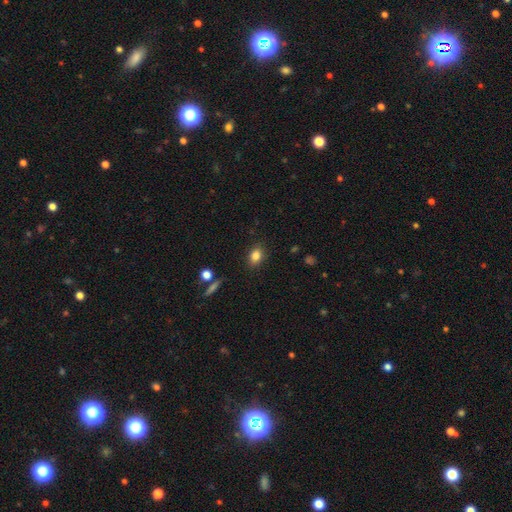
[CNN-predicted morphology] The model was most divided on "how rounded": in between: 69%, round: 30%, cigar-shaped: 2%. More confident: merging — none (86%); smooth or featured — smooth (83%).